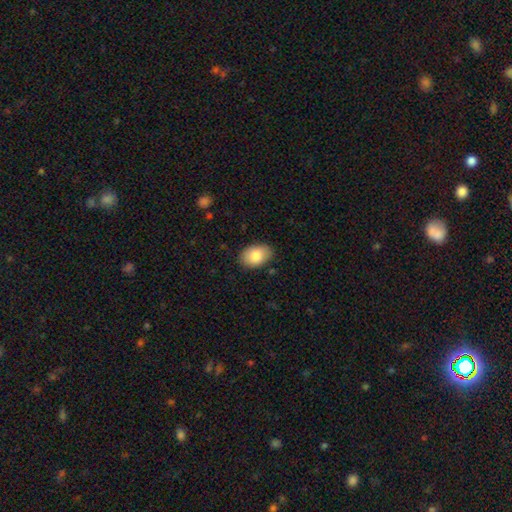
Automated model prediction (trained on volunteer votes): This is clearly a smooth galaxy (83%). How rounded: clearly in between (88%). Merging: clearly none (85%).